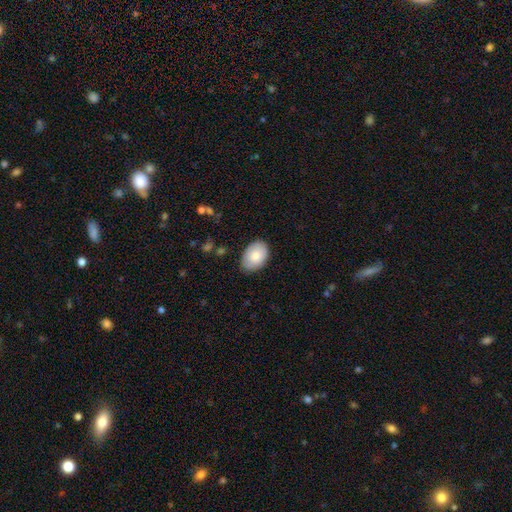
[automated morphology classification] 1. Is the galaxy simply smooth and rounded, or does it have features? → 82% smooth, 12% featured or disk, 6% star or artifact.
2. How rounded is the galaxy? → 86% in between, 13% round, 1% cigar-shaped.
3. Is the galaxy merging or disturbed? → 81% none, 15% minor disturbance, 2% major disturbance, 1% merger.